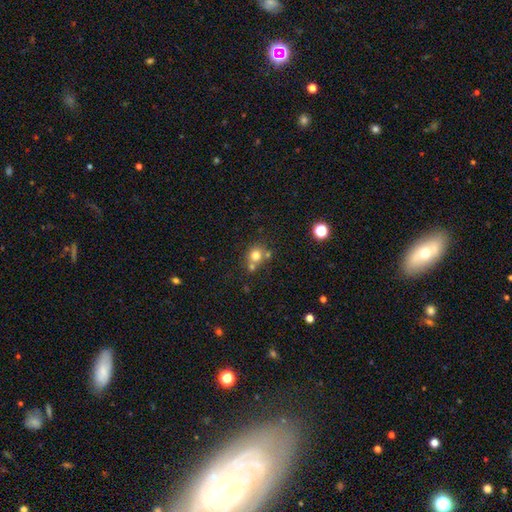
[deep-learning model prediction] Morphology: type=smooth (74%); roundness=round (85%); merging=none (57%).